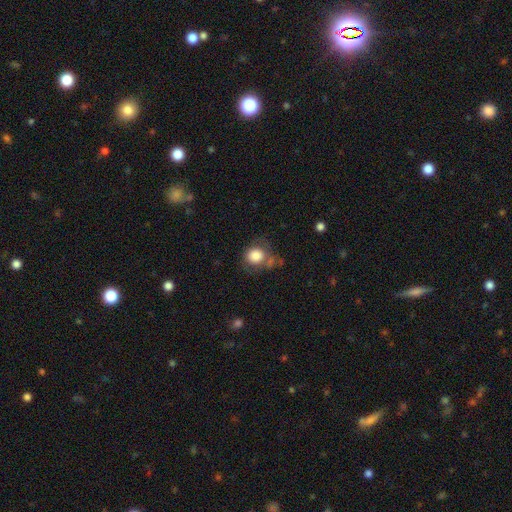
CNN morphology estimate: Overall: smooth (82%). How rounded: round (78%). Merging: none (49%; minor disturbance 23%).